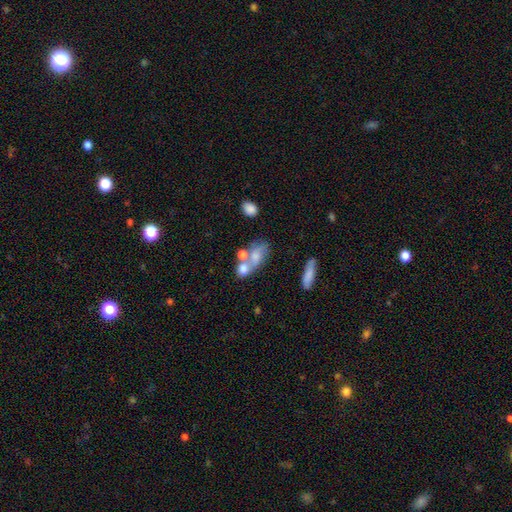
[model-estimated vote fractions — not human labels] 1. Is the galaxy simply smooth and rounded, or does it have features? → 57% smooth, 32% featured or disk, 11% star or artifact.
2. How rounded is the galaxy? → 70% in between, 20% round, 10% cigar-shaped.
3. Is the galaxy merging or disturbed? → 54% merger, 24% none, 12% minor disturbance, 10% major disturbance.